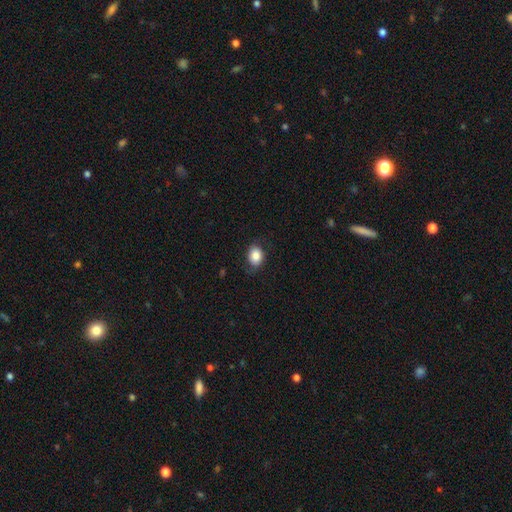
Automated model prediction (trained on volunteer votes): Q: Smooth or featured?
A: smooth (83%); runner-up: featured or disk (8%)
Q: How rounded?
A: in between (60%); runner-up: round (39%)
Q: Merging?
A: none (77%); runner-up: minor disturbance (17%)